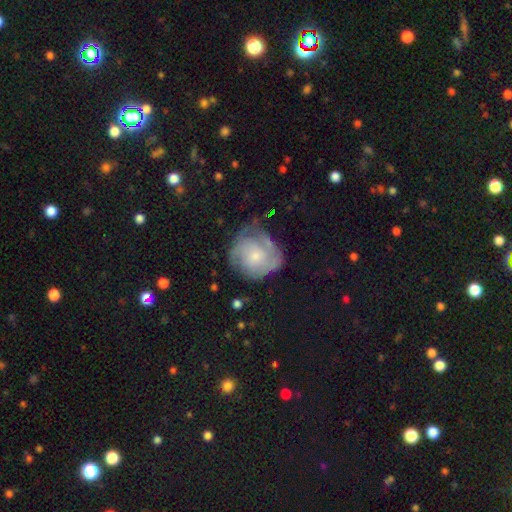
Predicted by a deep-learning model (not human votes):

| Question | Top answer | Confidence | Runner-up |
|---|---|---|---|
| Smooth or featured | featured or disk | 65% | smooth (28%) |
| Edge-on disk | no | 97% | yes (3%) |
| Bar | no | 78% | weak (19%) |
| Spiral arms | yes | 82% | no (18%) |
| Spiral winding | tight | 53% | medium (34%) |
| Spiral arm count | can't tell | 41% | 2 (25%) |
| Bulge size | small | 62% | moderate (30%) |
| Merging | none | 56% | minor disturbance (26%) |